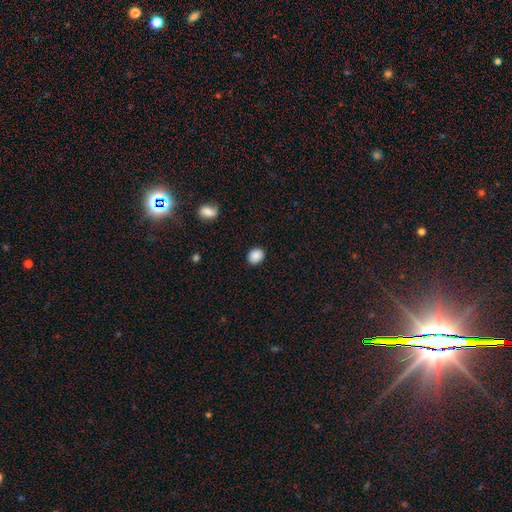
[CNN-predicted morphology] Smooth or featured? smooth (89%)
How rounded? in between (51%)
Merging? none (87%)